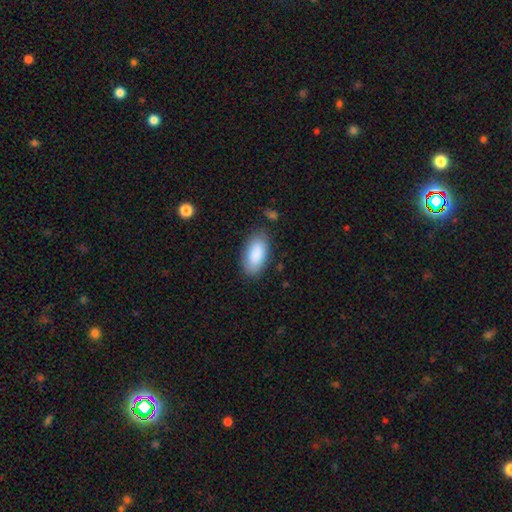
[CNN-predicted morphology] Smooth or featured? smooth (88%)
How rounded? in between (94%)
Merging? none (81%)